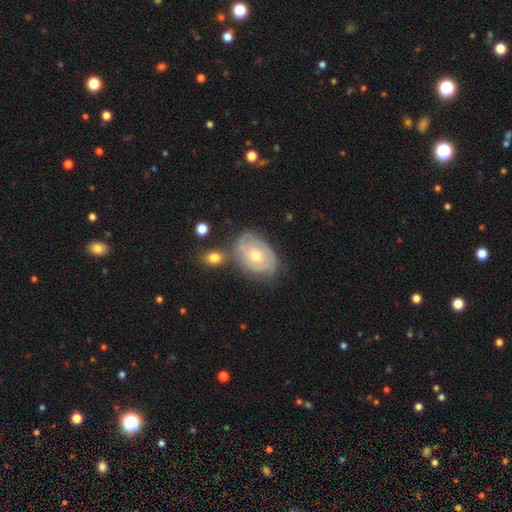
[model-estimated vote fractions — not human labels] This appears to be a featured or disk galaxy (68%) with no bar (76%), tight (67%) spiral arms (81%) and a moderate central bulge (68%). Merging: none (59%).